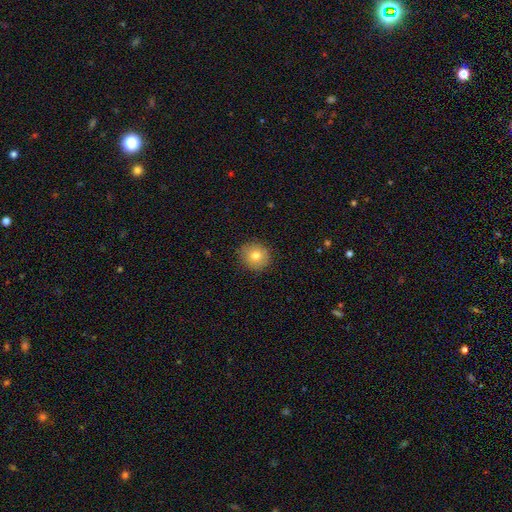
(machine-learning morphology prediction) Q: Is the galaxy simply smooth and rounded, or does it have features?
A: smooth — 79%.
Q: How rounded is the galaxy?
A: round — 86%.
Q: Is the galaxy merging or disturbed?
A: none — 88%.